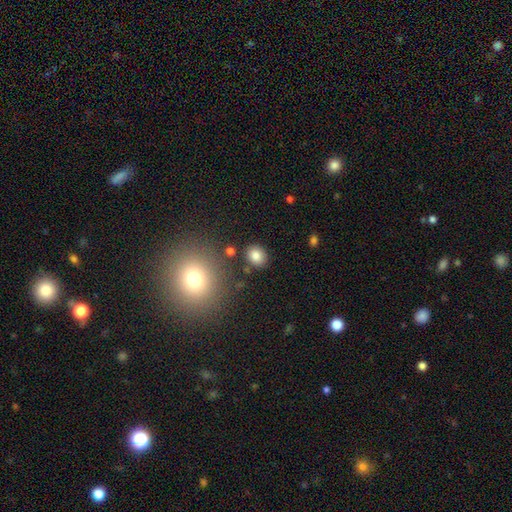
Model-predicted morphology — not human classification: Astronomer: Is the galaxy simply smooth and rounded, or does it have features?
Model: smooth — 82%.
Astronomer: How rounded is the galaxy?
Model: round — 64%.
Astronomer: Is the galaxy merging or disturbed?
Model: none — 84%.